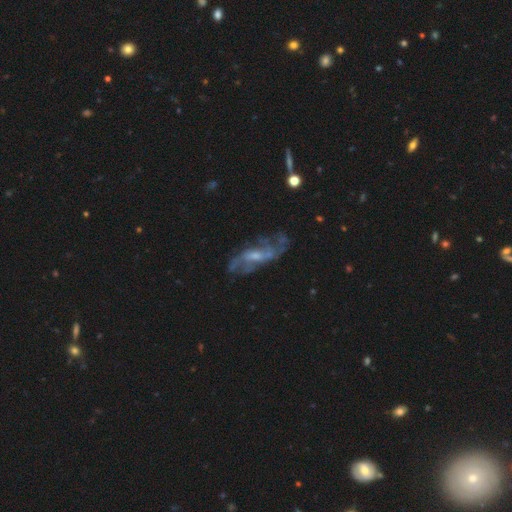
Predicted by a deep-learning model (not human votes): Smooth or featured? Predicted: featured or disk (p=0.79). Edge-on disk? Predicted: no (p=0.87). Bar? Predicted: weak (p=0.47). Spiral arms? Predicted: yes (p=0.84). Spiral winding? Predicted: loose (p=0.42). Spiral arm count? Predicted: 2 (p=0.45). Bulge size? Predicted: small (p=0.51). Merging? Predicted: none (p=0.60).